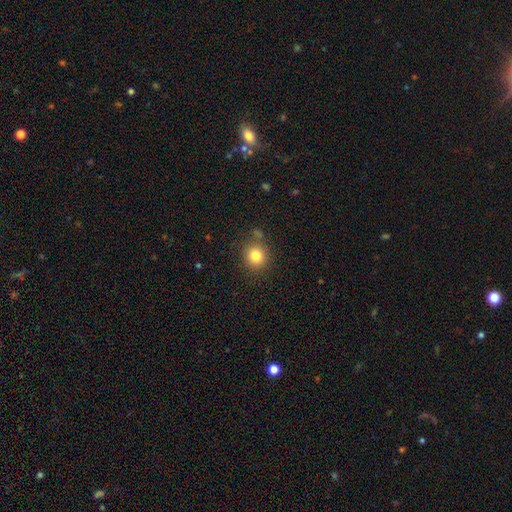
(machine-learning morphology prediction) smooth-or-featured: smooth: 82% | star or artifact: 12% | featured or disk: 7%
  how-rounded: round: 84% | in between: 15% | cigar-shaped: 1%
  merging: none: 81% | minor disturbance: 10% | merger: 6% | major disturbance: 3%